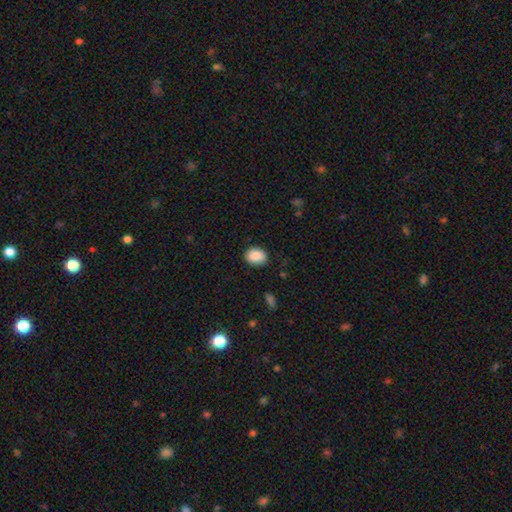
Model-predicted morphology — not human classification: smooth 88%, star or artifact 7%, featured or disk 4%. Down the decision tree: how rounded — in between (61%); merging — none (83%).